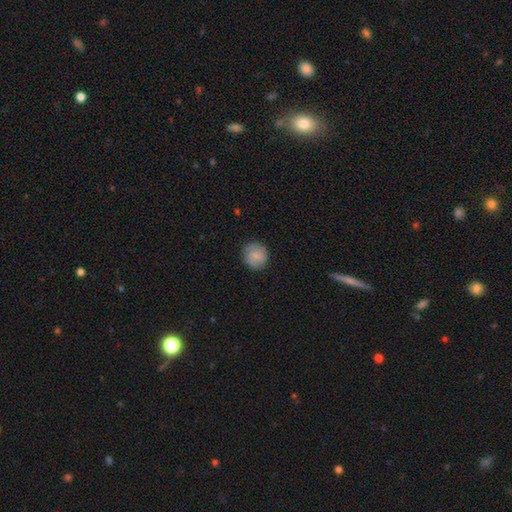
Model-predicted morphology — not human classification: Smooth or featured? Predicted: smooth (p=0.82). How rounded? Predicted: round (p=0.87). Merging? Predicted: none (p=0.85).